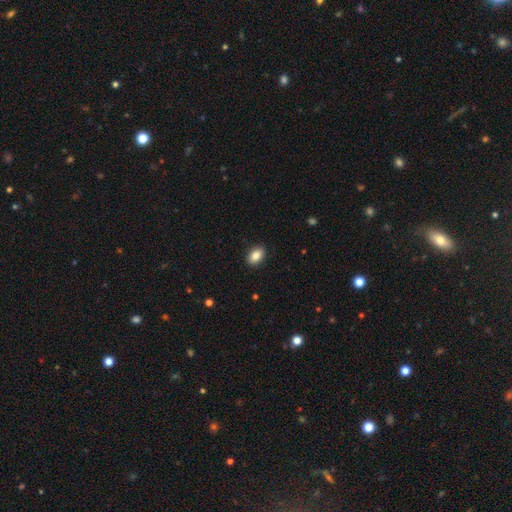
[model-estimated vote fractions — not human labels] Smooth or featured? Predicted: smooth (p=0.86). How rounded? Predicted: in between (p=0.88). Merging? Predicted: none (p=0.90).